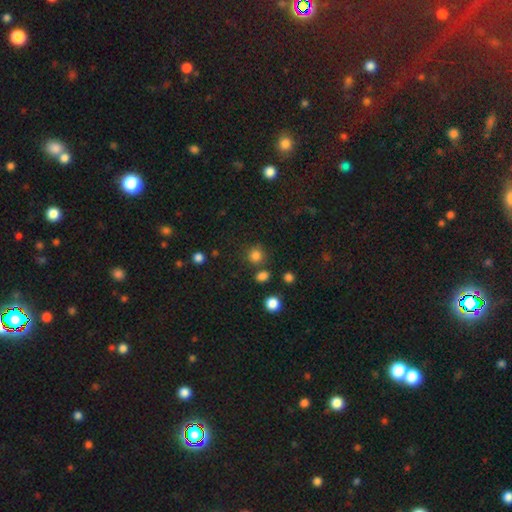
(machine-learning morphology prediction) type=smooth (80%); roundness=round (90%); merging=none (77%).